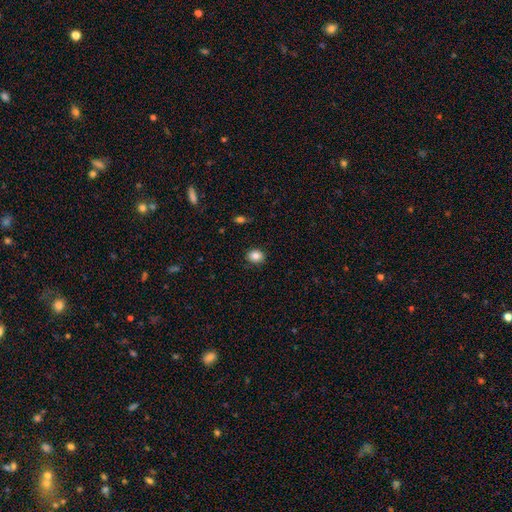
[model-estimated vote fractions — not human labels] smooth-or-featured: smooth: 84% | star or artifact: 9% | featured or disk: 7%
  how-rounded: round: 62% | in between: 37% | cigar-shaped: 1%
  merging: none: 88% | minor disturbance: 9% | major disturbance: 2% | merger: 1%